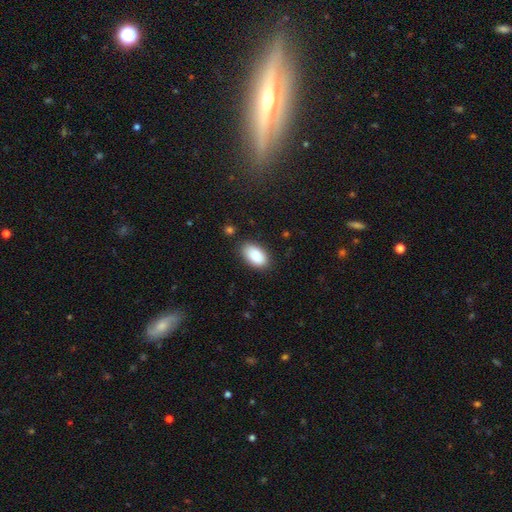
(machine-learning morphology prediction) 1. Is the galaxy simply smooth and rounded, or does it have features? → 88% smooth, 6% star or artifact, 6% featured or disk.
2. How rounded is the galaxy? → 94% in between, 4% round, 2% cigar-shaped.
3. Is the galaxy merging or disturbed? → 83% none, 13% minor disturbance, 3% major disturbance, 2% merger.